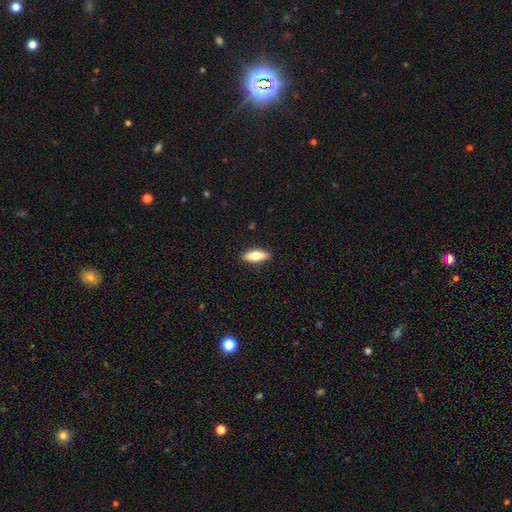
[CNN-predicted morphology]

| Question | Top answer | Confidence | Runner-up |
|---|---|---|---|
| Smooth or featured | smooth | 73% | featured or disk (21%) |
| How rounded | in between | 77% | cigar-shaped (20%) |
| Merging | none | 90% | minor disturbance (7%) |